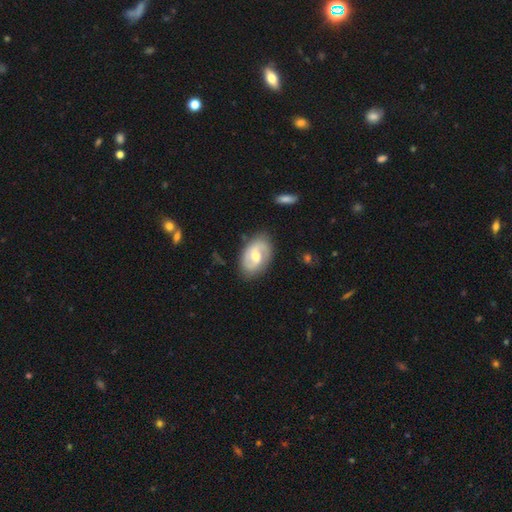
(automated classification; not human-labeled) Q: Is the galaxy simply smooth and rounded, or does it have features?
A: featured or disk — 73%.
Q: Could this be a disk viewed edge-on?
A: no — 96%.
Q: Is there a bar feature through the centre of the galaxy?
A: weak — 51%.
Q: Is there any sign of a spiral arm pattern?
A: yes — 87%.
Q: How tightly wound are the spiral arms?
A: medium — 46%.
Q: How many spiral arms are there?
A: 2 — 83%.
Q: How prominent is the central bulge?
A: moderate — 71%.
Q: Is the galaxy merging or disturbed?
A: none — 78%.